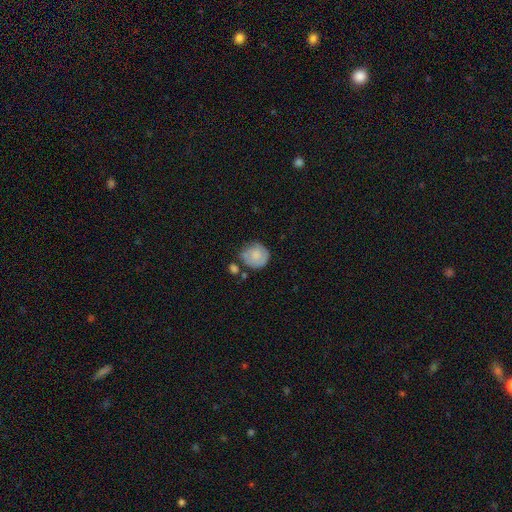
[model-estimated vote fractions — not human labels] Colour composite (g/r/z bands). It shows a smooth galaxy with no disk features (72%) that is round (85%). Merging: none (58%).